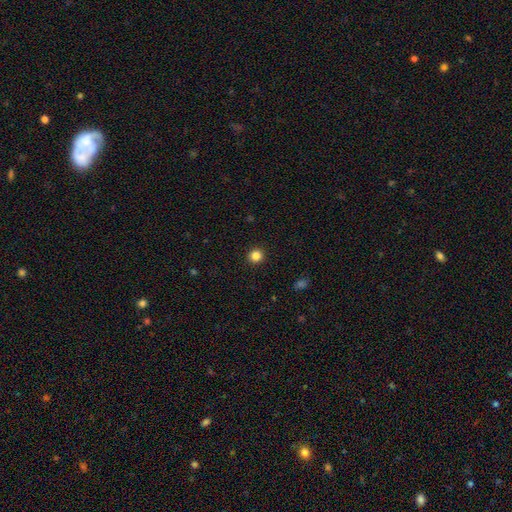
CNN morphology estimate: smooth 84%, star or artifact 12%, featured or disk 4%. Down the decision tree: how rounded — round (92%); merging — none (93%).